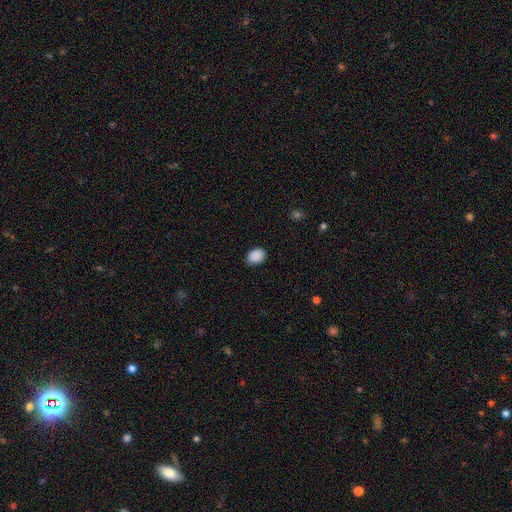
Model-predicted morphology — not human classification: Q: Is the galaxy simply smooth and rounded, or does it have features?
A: smooth — 89%.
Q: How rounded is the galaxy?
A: in between — 76%.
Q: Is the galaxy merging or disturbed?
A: none — 85%.